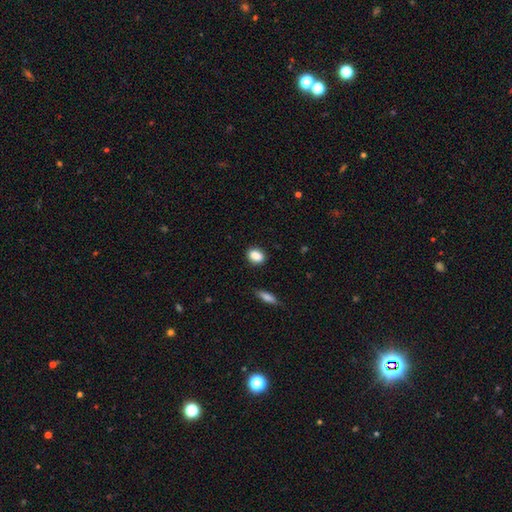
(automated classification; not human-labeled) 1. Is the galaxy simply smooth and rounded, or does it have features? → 88% smooth, 9% star or artifact, 4% featured or disk.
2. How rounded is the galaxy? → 65% in between, 33% round, 2% cigar-shaped.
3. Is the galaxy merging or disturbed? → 85% none, 10% minor disturbance, 2% major disturbance, 2% merger.